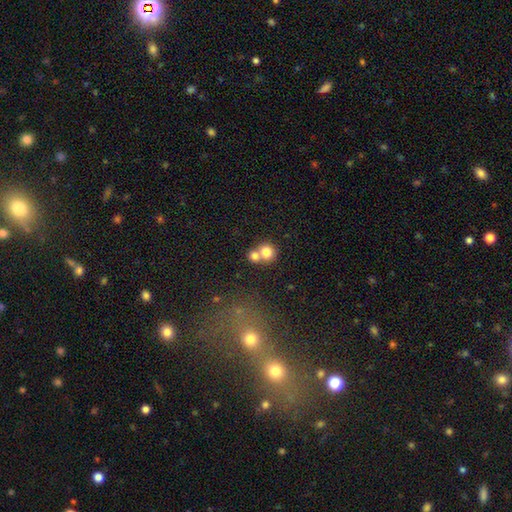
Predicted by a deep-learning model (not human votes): Q: Smooth or featured?
A: smooth (77%); runner-up: featured or disk (12%)
Q: How rounded?
A: round (82%); runner-up: in between (17%)
Q: Merging?
A: merger (54%); runner-up: none (38%)